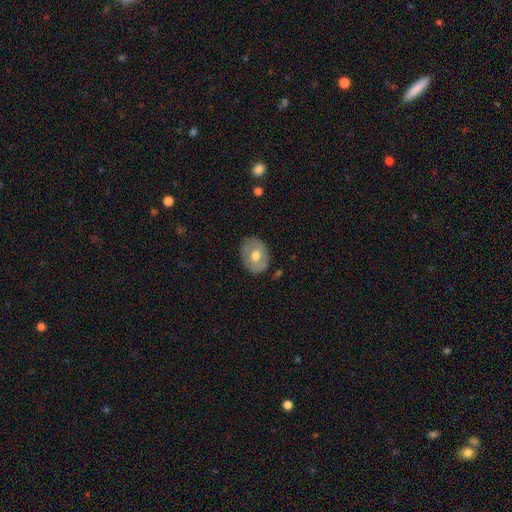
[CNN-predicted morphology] This is possibly a smooth galaxy (56%). How rounded: likely in between (63%). Merging: clearly none (81%).